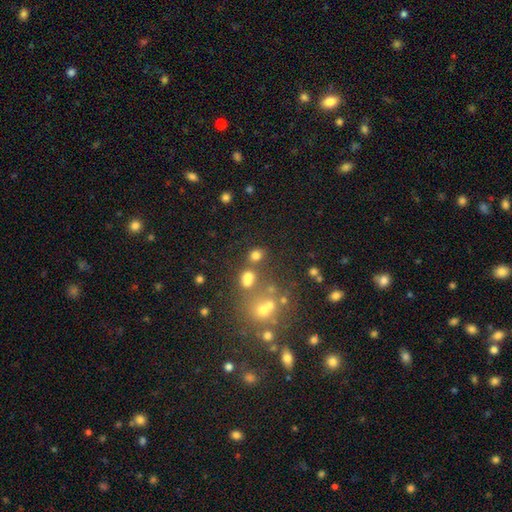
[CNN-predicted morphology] Smooth or featured: smooth — 72% (star or artifact — 18%)
How rounded: round — 66% (in between — 32%)
Merging: none — 67% (merger — 17%)